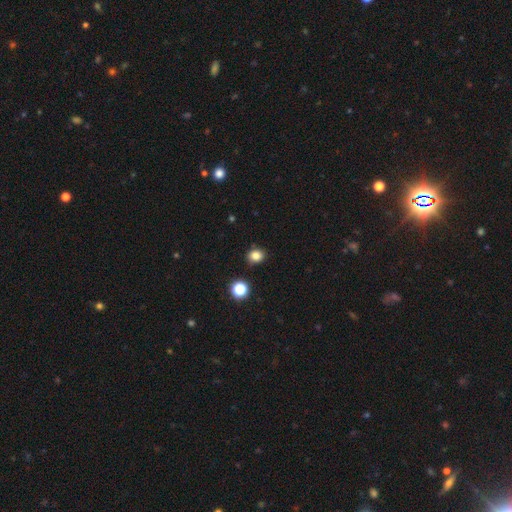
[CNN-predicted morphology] Smooth or featured? Predicted: smooth (p=0.82). How rounded? Predicted: round (p=0.69). Merging? Predicted: none (p=0.86).